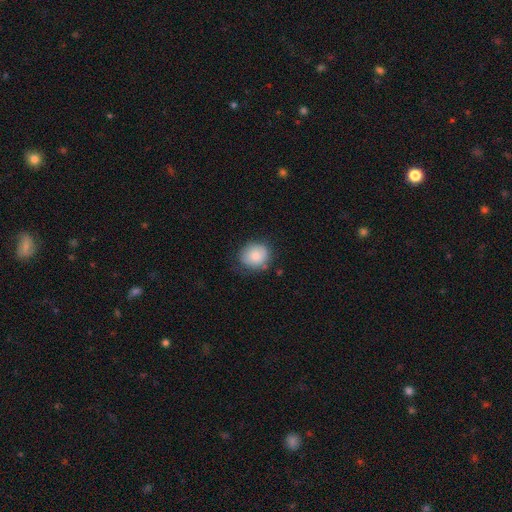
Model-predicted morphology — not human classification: A smooth galaxy with no disk features (82%) that is round (75%). Merging: none (70%).